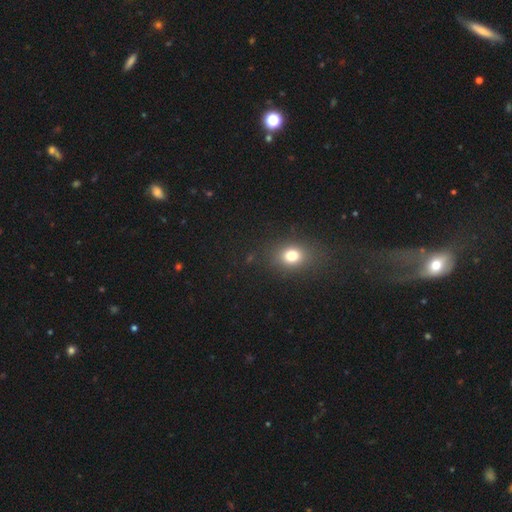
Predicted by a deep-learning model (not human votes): This appears to be a smooth galaxy with no disk features (58%) that is round (57%). Merging: none (70%).